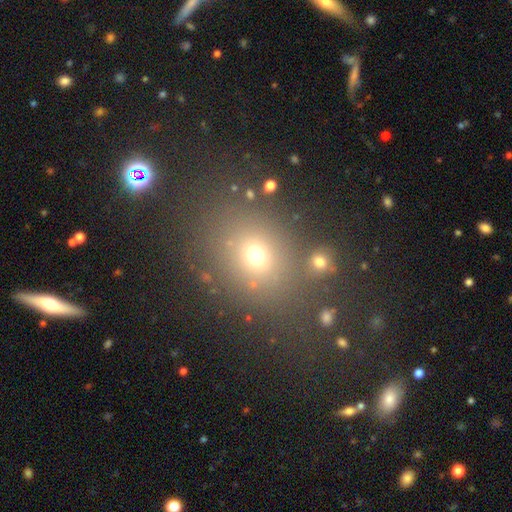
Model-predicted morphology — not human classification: type=smooth (67%); roundness=round (55%); merging=none (75%).